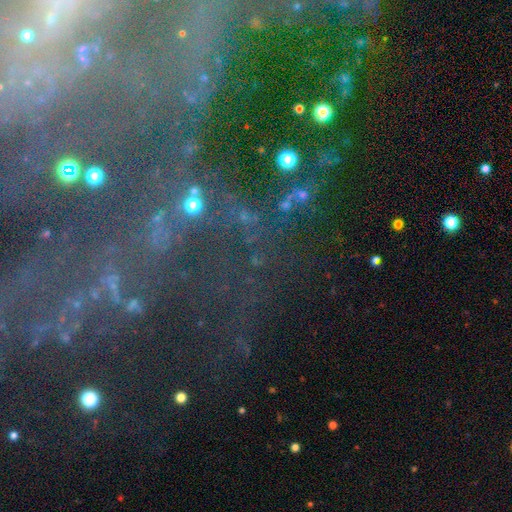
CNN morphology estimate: Smooth or featured? Predicted: star or artifact (p=0.47).